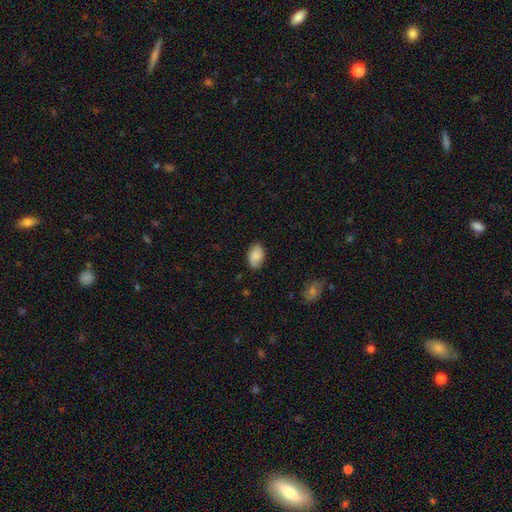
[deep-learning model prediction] Overall: smooth (80%). How rounded: in between (89%). Merging: none (78%).